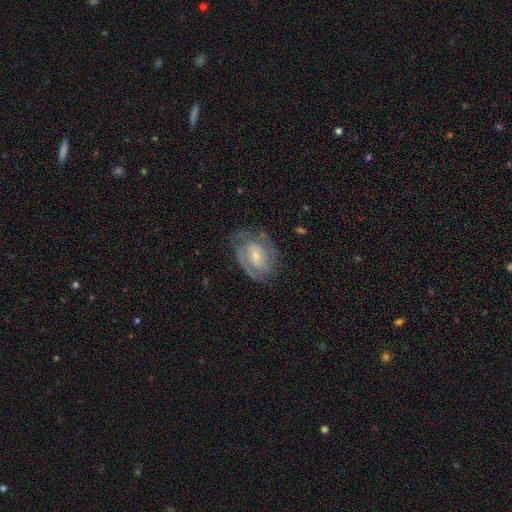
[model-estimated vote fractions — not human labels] smooth_or_featured: featured or disk (p=0.80) [alt: smooth p=0.13]
disk_edge_on: no (p=0.97) [alt: yes p=0.03]
bar: weak (p=0.45) [alt: no p=0.41]
has_spiral_arms: yes (p=0.92) [alt: no p=0.08]
spiral_winding: tight (p=0.53) [alt: medium p=0.37]
spiral_arm_count: 2 (p=0.55) [alt: can't tell p=0.21]
bulge_size: small (p=0.58) [alt: moderate p=0.36]
merging: none (p=0.69) [alt: minor disturbance p=0.20]